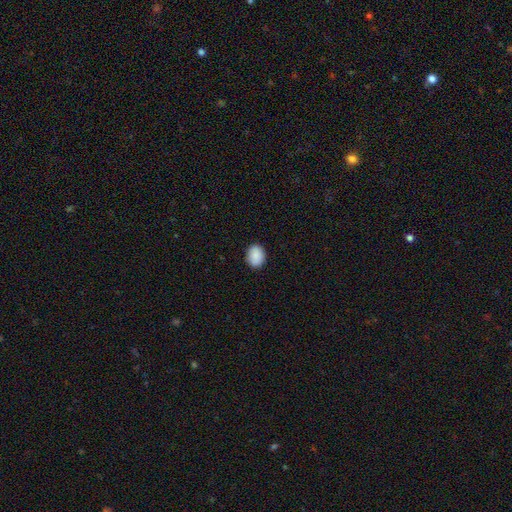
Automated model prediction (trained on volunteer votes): Smooth or featured: smooth — 89% (star or artifact — 7%)
How rounded: in between — 57% (round — 42%)
Merging: none — 89% (minor disturbance — 8%)